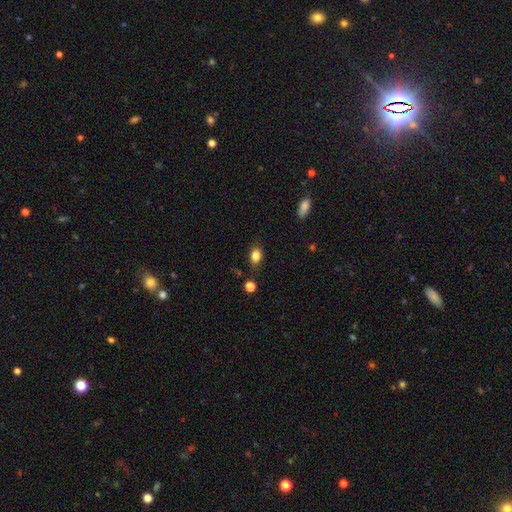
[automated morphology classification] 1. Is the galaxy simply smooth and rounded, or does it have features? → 84% smooth, 10% star or artifact, 6% featured or disk.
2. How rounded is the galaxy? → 72% in between, 26% round, 2% cigar-shaped.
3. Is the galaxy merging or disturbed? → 77% none, 16% minor disturbance, 4% major disturbance, 3% merger.